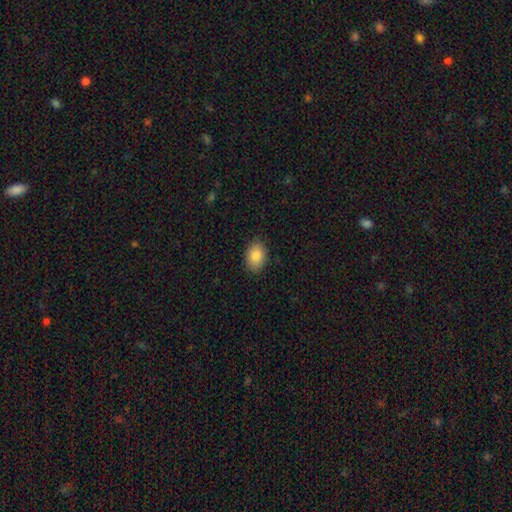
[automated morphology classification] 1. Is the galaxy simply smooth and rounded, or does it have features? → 85% smooth, 8% star or artifact, 7% featured or disk.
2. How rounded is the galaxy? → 80% in between, 19% round, 1% cigar-shaped.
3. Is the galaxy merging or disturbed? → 87% none, 10% minor disturbance, 2% major disturbance, 1% merger.